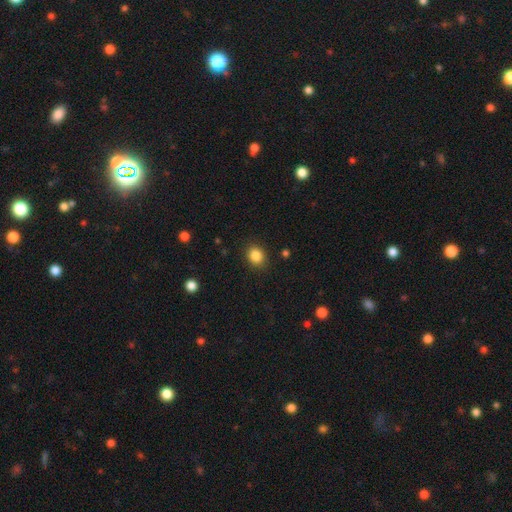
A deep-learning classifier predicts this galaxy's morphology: Smooth or featured? Predicted: smooth (p=0.85). How rounded? Predicted: round (p=0.65). Merging? Predicted: none (p=0.89).